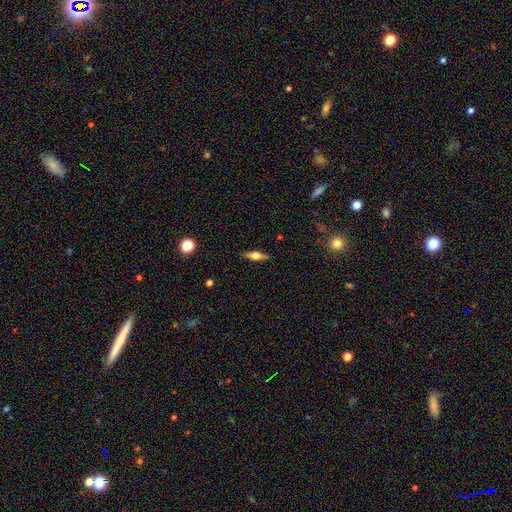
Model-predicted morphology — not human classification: Smooth or featured?
  - featured or disk: 53% *
  - smooth: 39%
  - star or artifact: 8%
Edge-on disk?
  - yes: 93% *
  - no: 7%
Merging?
  - none: 88% *
  - minor disturbance: 9%
  - major disturbance: 2%
  - merger: 1%